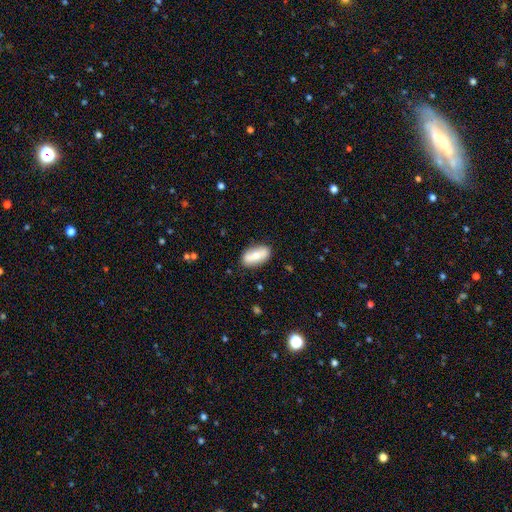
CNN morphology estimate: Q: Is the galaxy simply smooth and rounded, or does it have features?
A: smooth — 63%.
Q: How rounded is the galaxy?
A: in between — 86%.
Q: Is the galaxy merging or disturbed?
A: none — 83%.